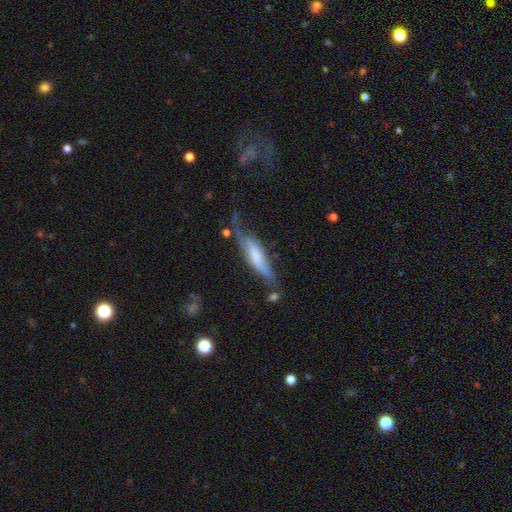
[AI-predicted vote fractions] Overall: featured or disk (54%; smooth 39%). Edge-on disk: yes (69%; no 31%). Merging: none (47%; minor disturbance 31%).